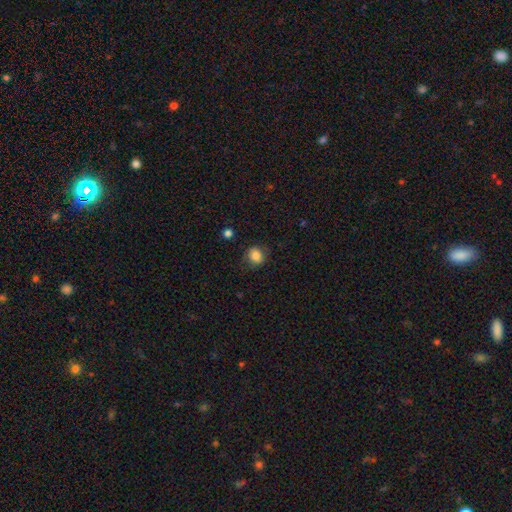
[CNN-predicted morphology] smooth_or_featured: smooth (p=0.84) [alt: star or artifact p=0.10]
how_rounded: round (p=0.73) [alt: in between p=0.26]
merging: none (p=0.78) [alt: minor disturbance p=0.16]